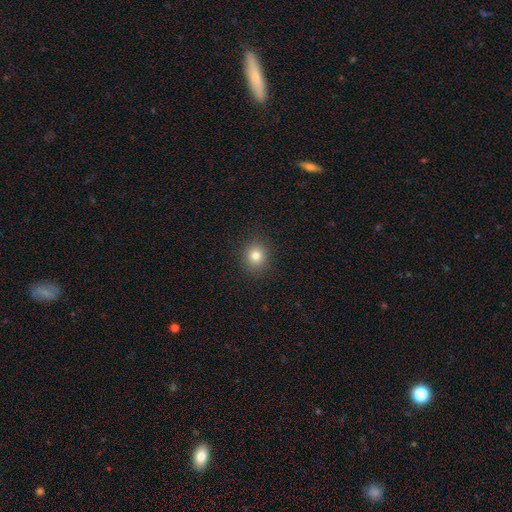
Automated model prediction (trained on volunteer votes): Q: Smooth or featured?
A: smooth (80%); runner-up: star or artifact (12%)
Q: How rounded?
A: round (77%); runner-up: in between (22%)
Q: Merging?
A: none (90%); runner-up: minor disturbance (7%)